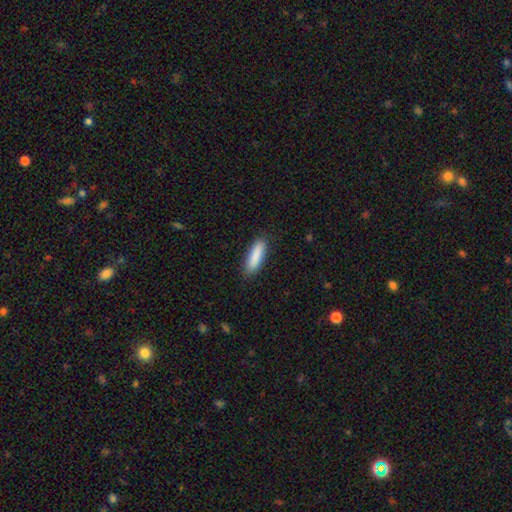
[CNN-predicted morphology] Overall: smooth (88%). How rounded: cigar-shaped (60%; in between 39%). Merging: none (87%).